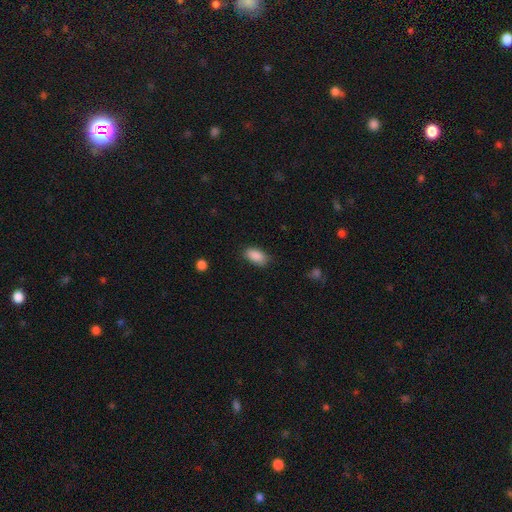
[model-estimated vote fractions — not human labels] This is clearly a smooth galaxy (89%). How rounded: clearly in between (92%). Merging: clearly none (83%).